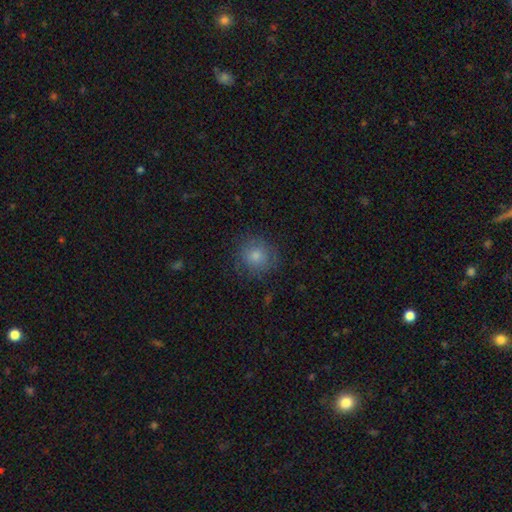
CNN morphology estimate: smooth_or_featured: smooth (p=0.67) [alt: featured or disk p=0.18]
how_rounded: round (p=0.90) [alt: in between p=0.09]
merging: none (p=0.82) [alt: minor disturbance p=0.12]